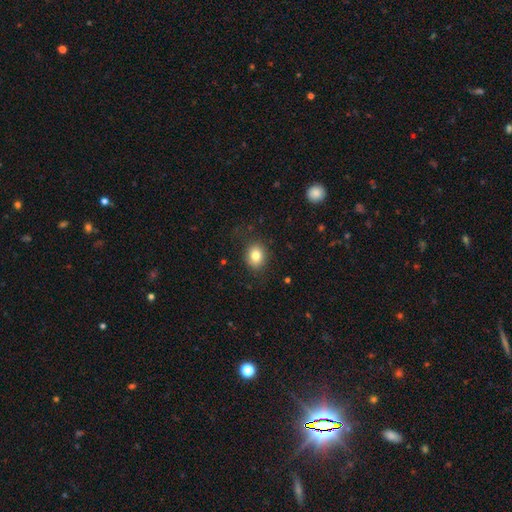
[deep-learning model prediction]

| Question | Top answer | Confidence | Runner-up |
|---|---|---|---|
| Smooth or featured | smooth | 80% | star or artifact (10%) |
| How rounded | round | 56% | in between (43%) |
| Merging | none | 84% | minor disturbance (11%) |